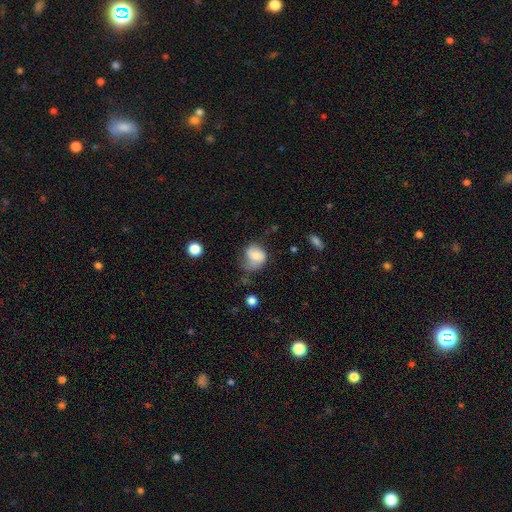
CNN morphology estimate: Q: Smooth or featured?
A: smooth (68%); runner-up: featured or disk (24%)
Q: How rounded?
A: round (60%); runner-up: in between (39%)
Q: Merging?
A: none (35%); tied with: minor disturbance (35%)